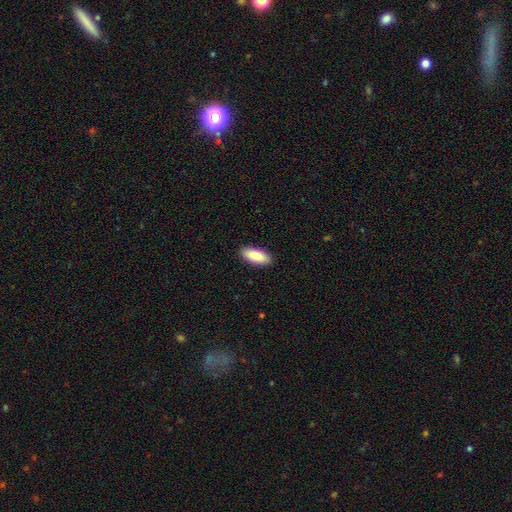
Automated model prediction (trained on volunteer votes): The model was most divided on "how rounded": in between: 82%, cigar-shaped: 16%, round: 2%. More confident: merging — none (90%); smooth or featured — smooth (90%).